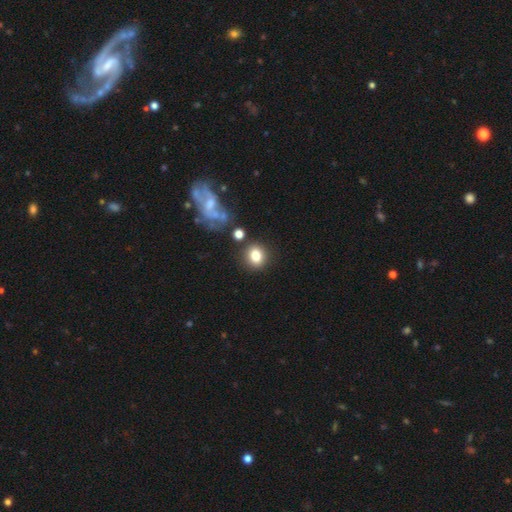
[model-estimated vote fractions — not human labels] Overall: smooth (78%). How rounded: round (76%). Merging: none (79%).